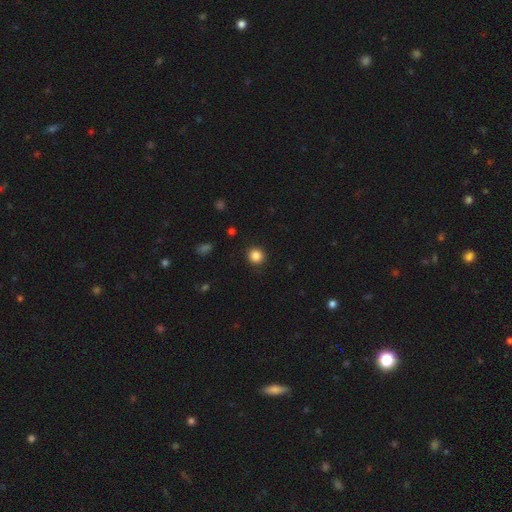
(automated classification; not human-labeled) A smooth galaxy with no disk features (85%) that is round (92%).

Vote fractions:
- Smooth or featured? smooth: 85% / star or artifact: 11% / featured or disk: 4%
- How rounded? round: 92% / in between: 7% / cigar-shaped: 1%
- Merging? none: 91% / minor disturbance: 6% / major disturbance: 2% / merger: 1%